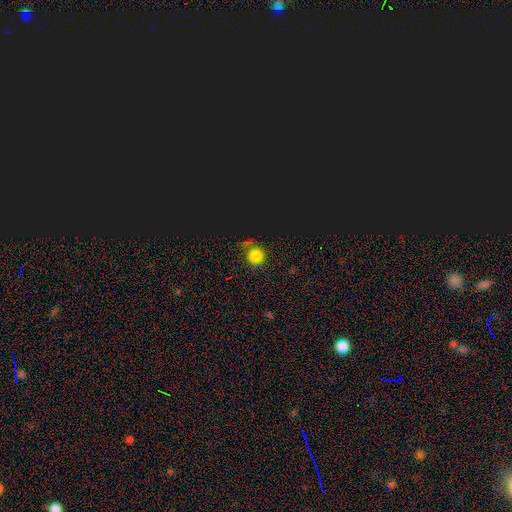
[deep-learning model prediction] Smooth or featured?
  - smooth: 68% *
  - star or artifact: 26%
  - featured or disk: 6%
How rounded?
  - round: 89% *
  - in between: 9%
  - cigar-shaped: 1%
Merging?
  - none: 71% *
  - minor disturbance: 15%
  - merger: 8%
  - major disturbance: 6%